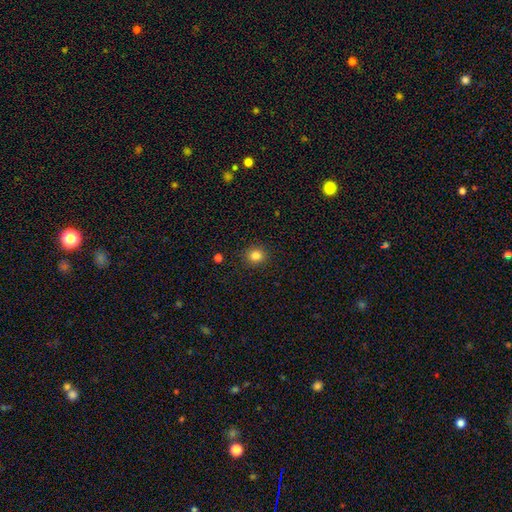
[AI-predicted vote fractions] Q: Smooth or featured?
A: smooth (84%); runner-up: star or artifact (12%)
Q: How rounded?
A: round (86%); runner-up: in between (13%)
Q: Merging?
A: none (90%); runner-up: minor disturbance (6%)